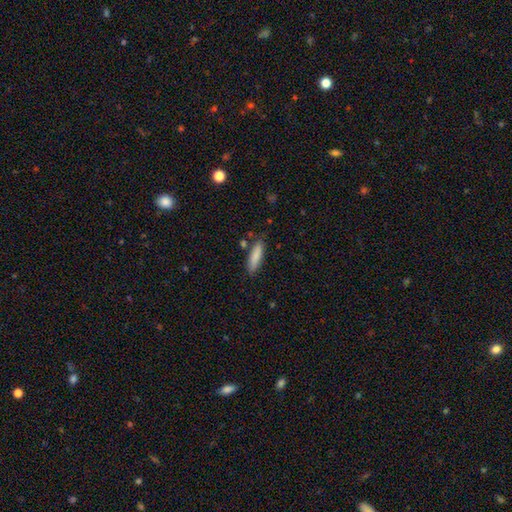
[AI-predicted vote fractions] Overall: smooth (84%). How rounded: cigar-shaped (68%; in between 31%). Merging: none (80%).